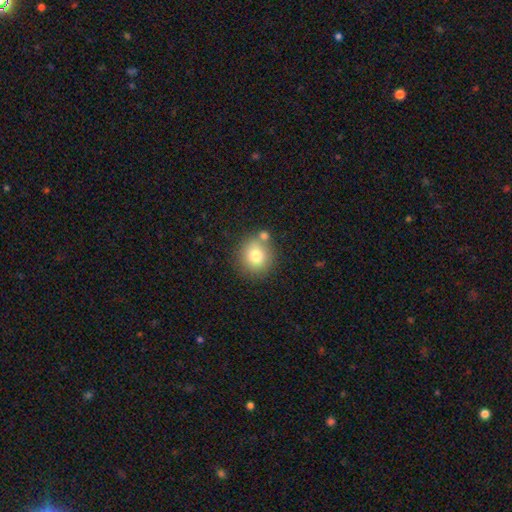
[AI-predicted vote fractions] A smooth galaxy with no disk features (77%) that is round (86%).

Vote fractions:
- Smooth or featured? smooth: 77% / featured or disk: 12% / star or artifact: 11%
- How rounded? round: 86% / in between: 13% / cigar-shaped: 1%
- Merging? none: 70% / merger: 15% / minor disturbance: 12% / major disturbance: 4%